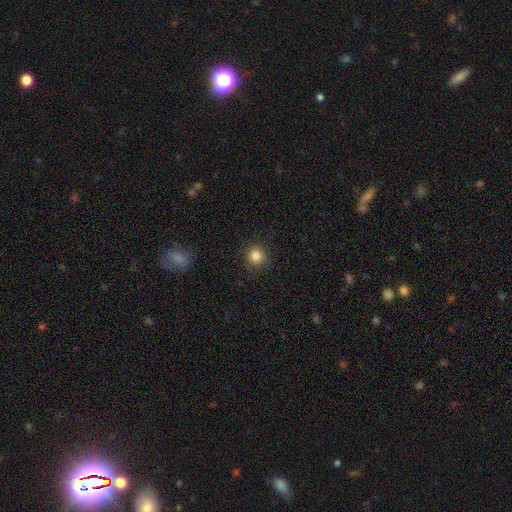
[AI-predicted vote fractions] A smooth galaxy with no disk features (84%) that is round (94%).

Vote fractions:
- Smooth or featured? smooth: 84% / star or artifact: 12% / featured or disk: 4%
- How rounded? round: 94% / in between: 5% / cigar-shaped: 1%
- Merging? none: 89% / minor disturbance: 7% / major disturbance: 2% / merger: 1%